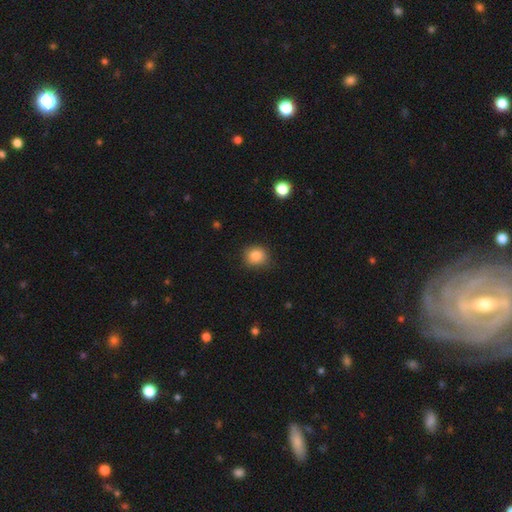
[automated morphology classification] Smooth or featured: smooth — 84% (star or artifact — 10%)
How rounded: round — 82% (in between — 17%)
Merging: none — 85% (minor disturbance — 11%)